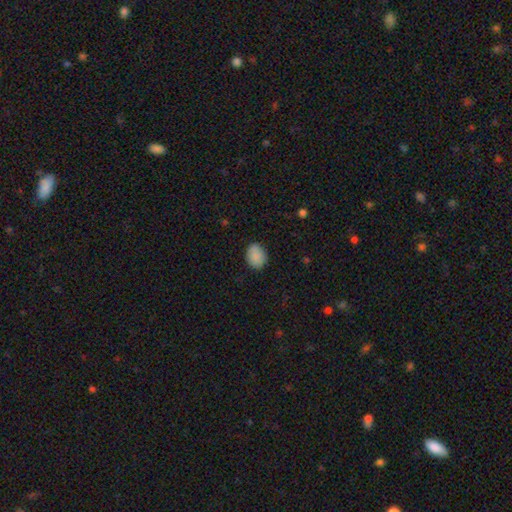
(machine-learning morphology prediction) type=smooth (88%); roundness=in between (57%); merging=none (81%).